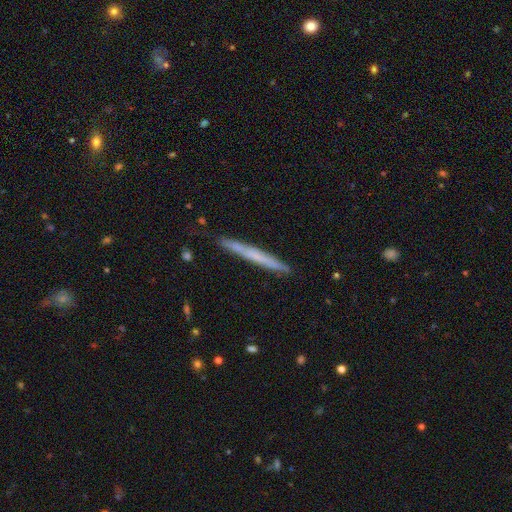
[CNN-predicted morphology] Overall: smooth (54%; featured or disk 40%). How rounded: cigar-shaped (97%). Merging: none (89%).